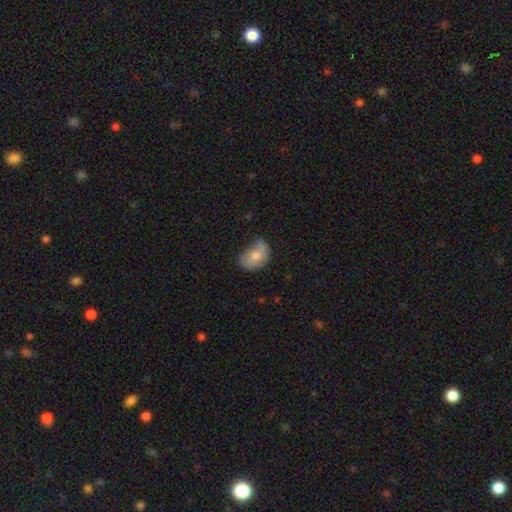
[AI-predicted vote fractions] smooth-or-featured: smooth: 63% | featured or disk: 29% | star or artifact: 8%
  how-rounded: in between: 80% | round: 19% | cigar-shaped: 1%
  merging: minor disturbance: 42% | none: 36% | major disturbance: 17% | merger: 4%